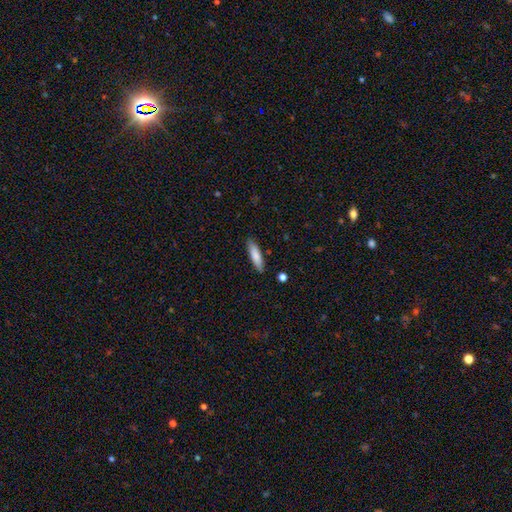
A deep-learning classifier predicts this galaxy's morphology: This is clearly a smooth galaxy (81%). How rounded: likely cigar-shaped (69%). Merging: clearly none (87%).